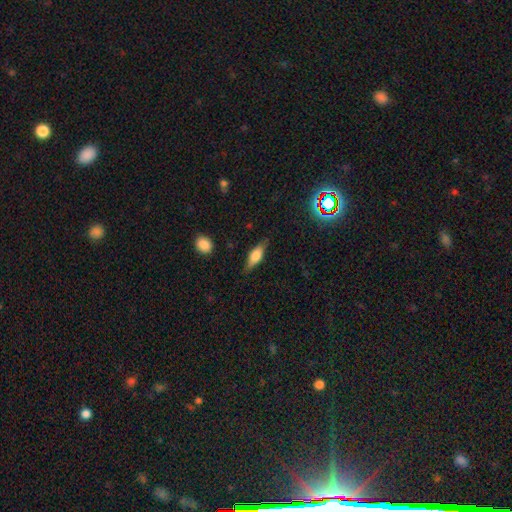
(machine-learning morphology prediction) Overall: smooth (55%; featured or disk 37%). How rounded: in between (60%; cigar-shaped 36%). Merging: none (80%).